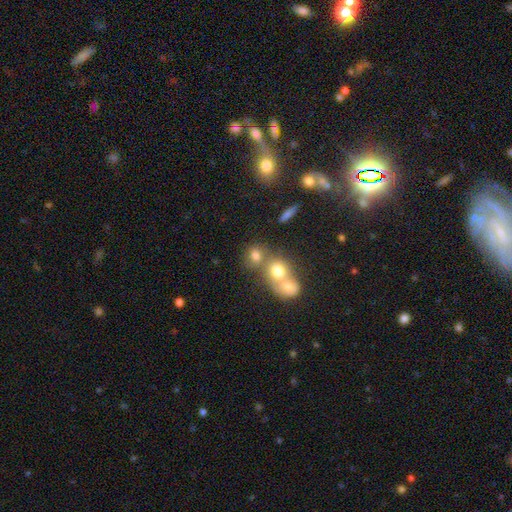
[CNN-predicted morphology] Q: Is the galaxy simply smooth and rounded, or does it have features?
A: smooth — 72%.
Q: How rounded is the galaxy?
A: round — 71%.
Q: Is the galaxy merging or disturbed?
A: merger — 47%.